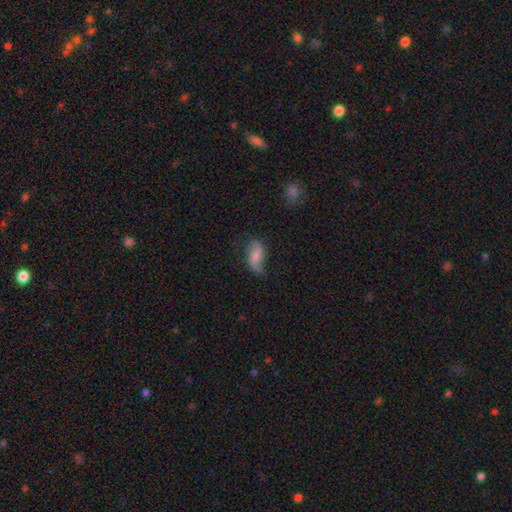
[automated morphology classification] A featured or disk galaxy (53%).

Vote fractions:
- Smooth or featured? featured or disk: 53% / smooth: 40% / star or artifact: 8%
- Edge-on disk? no: 94% / yes: 6%
- Merging? none: 56% / minor disturbance: 29% / major disturbance: 13% / merger: 2%